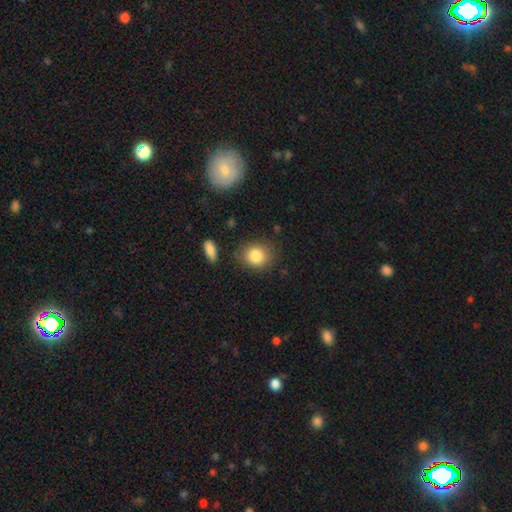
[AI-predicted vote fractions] Morphology: type=smooth (84%); roundness=round (70%); merging=none (82%).